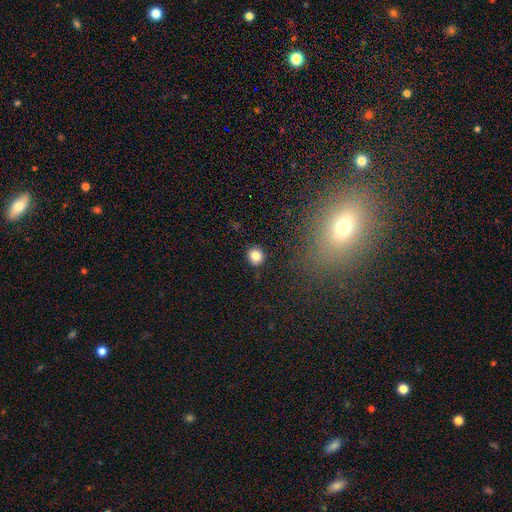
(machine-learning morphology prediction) This appears to be a smooth galaxy with no disk features (82%) that is round (88%). Merging: none (89%).